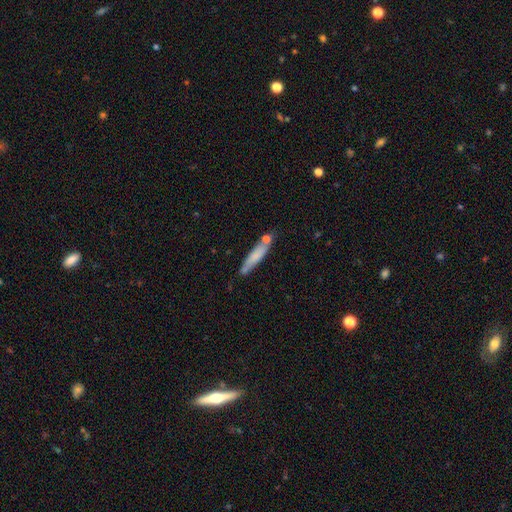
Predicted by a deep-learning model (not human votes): A smooth galaxy with no disk features (68%) that is cigar-shaped (87%).

Vote fractions:
- Smooth or featured? smooth: 68% / featured or disk: 25% / star or artifact: 6%
- How rounded? cigar-shaped: 87% / in between: 11% / round: 2%
- Merging? none: 65% / minor disturbance: 18% / merger: 13% / major disturbance: 4%